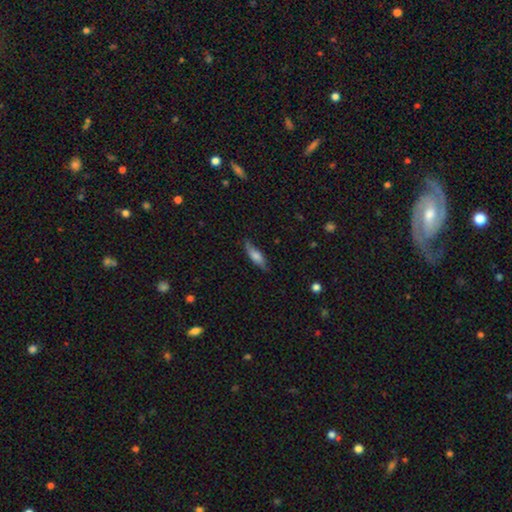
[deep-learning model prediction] The model was most divided on "how rounded": cigar-shaped: 56%, in between: 41%, round: 2%. More confident: merging — none (74%); smooth or featured — smooth (68%).